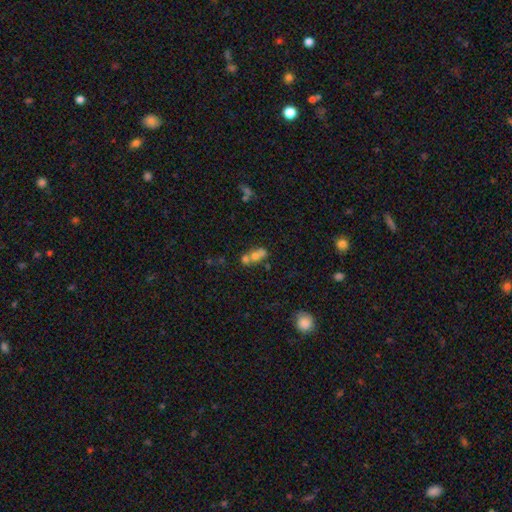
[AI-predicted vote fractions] Smooth or featured? Predicted: smooth (p=0.59). How rounded? Predicted: in between (p=0.54). Merging? Predicted: merger (p=0.61).